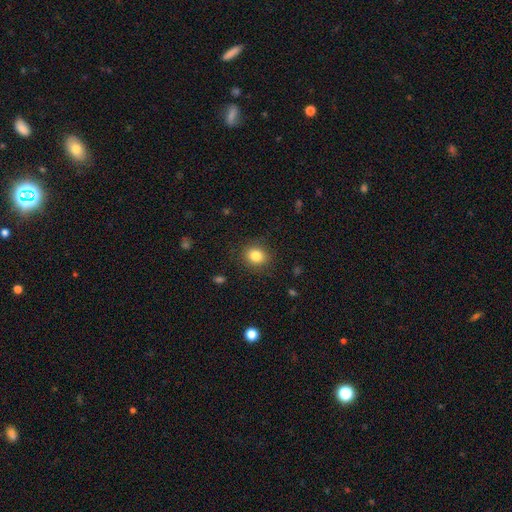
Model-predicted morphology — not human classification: Smooth or featured: smooth — 83% (star or artifact — 11%)
How rounded: round — 73% (in between — 26%)
Merging: none — 87% (minor disturbance — 9%)